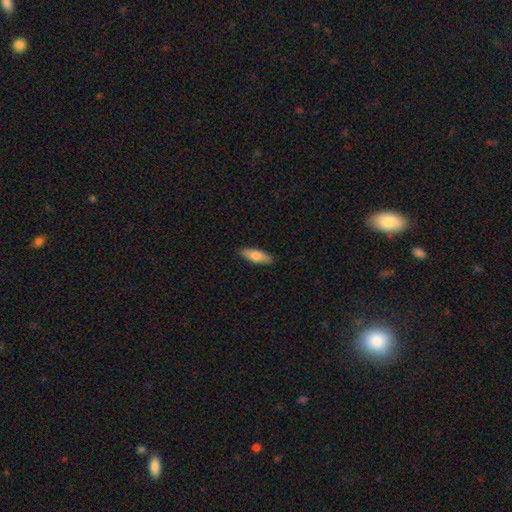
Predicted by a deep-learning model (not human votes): Morphology: type=smooth (79%); roundness=in between (62%); merging=none (89%).